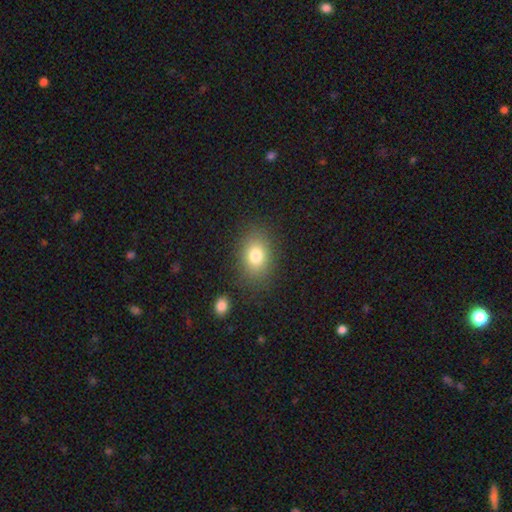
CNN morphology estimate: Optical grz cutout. It shows a smooth galaxy with no disk features (79%) that is in between round and cigar-shaped (68%). Merging: none (83%).